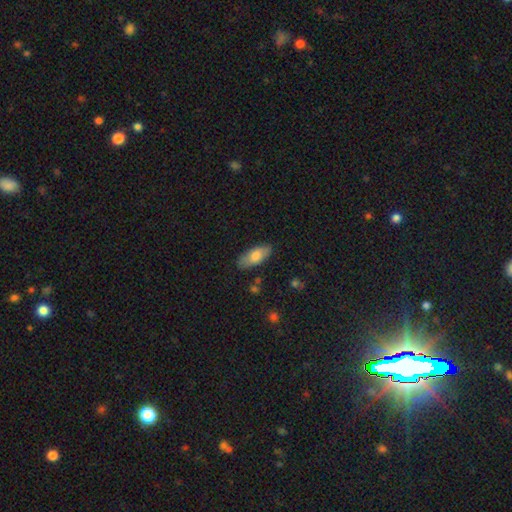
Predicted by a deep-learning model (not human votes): smooth 76%, featured or disk 18%, star or artifact 6%. Down the decision tree: how rounded — in between (83%); merging — none (83%).